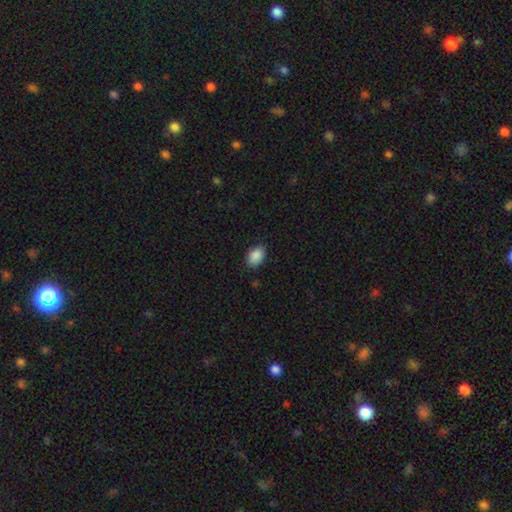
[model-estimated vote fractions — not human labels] A smooth galaxy with no disk features (90%) that is in between round and cigar-shaped (88%). Merging: none (84%).